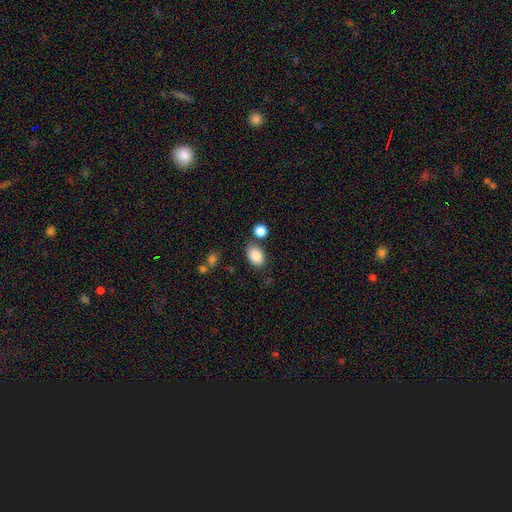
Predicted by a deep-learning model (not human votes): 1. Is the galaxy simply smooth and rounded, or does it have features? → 87% smooth, 8% star or artifact, 5% featured or disk.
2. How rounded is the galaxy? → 85% in between, 14% round, 1% cigar-shaped.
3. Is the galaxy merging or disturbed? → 76% none, 12% minor disturbance, 9% merger, 3% major disturbance.